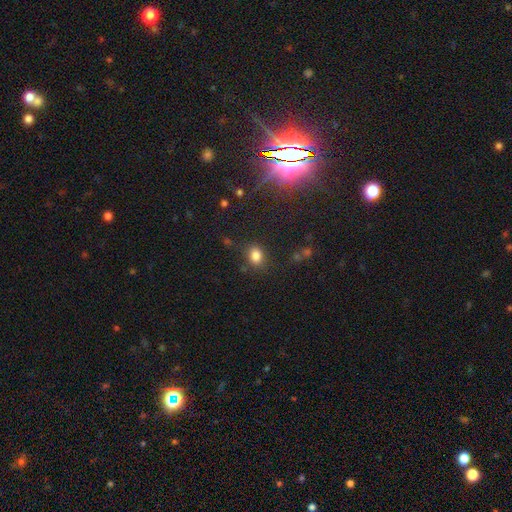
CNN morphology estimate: This appears to be a smooth galaxy with no disk features (82%) that is in between round and cigar-shaped (58%). Merging: none (80%).